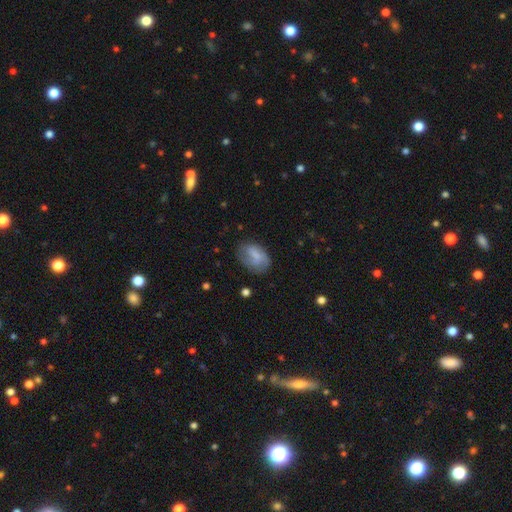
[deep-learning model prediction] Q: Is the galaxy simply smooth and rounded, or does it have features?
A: smooth — 65%.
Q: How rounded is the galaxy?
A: in between — 83%.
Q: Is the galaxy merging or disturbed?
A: none — 59%.